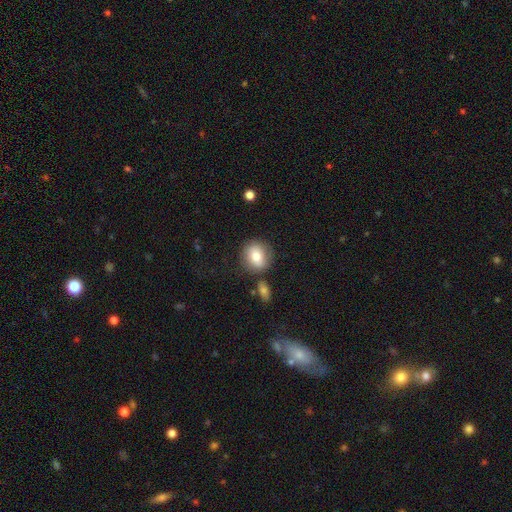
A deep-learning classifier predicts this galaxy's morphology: The model was most divided on "how rounded": round: 74%, in between: 25%, cigar-shaped: 1%. More confident: smooth or featured — smooth (77%); merging — none (76%).